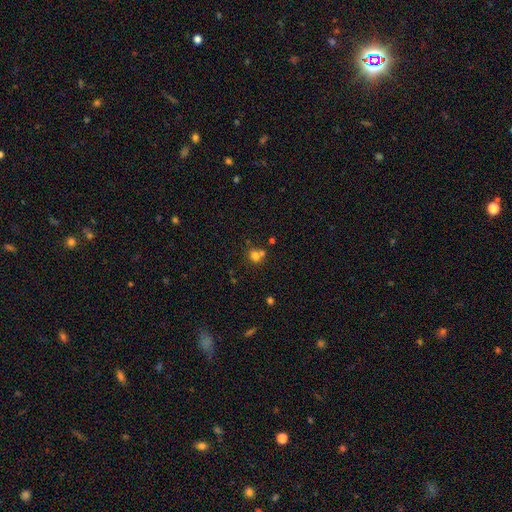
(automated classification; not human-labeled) A smooth galaxy with no disk features (74%) that is round (81%). Merging: none (50%).